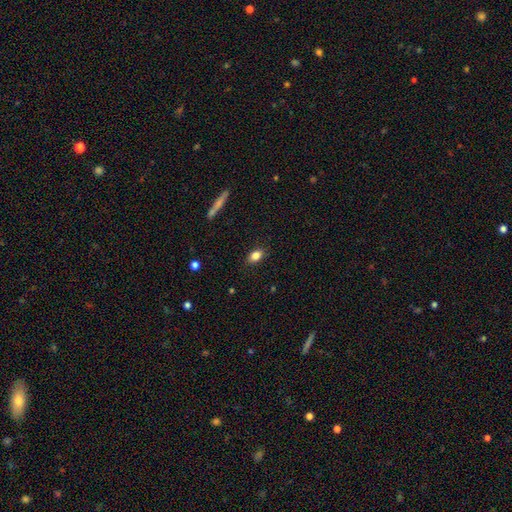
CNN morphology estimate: smooth-or-featured: smooth: 83% | star or artifact: 9% | featured or disk: 8%
  how-rounded: in between: 81% | round: 15% | cigar-shaped: 4%
  merging: none: 86% | minor disturbance: 10% | major disturbance: 2% | merger: 1%